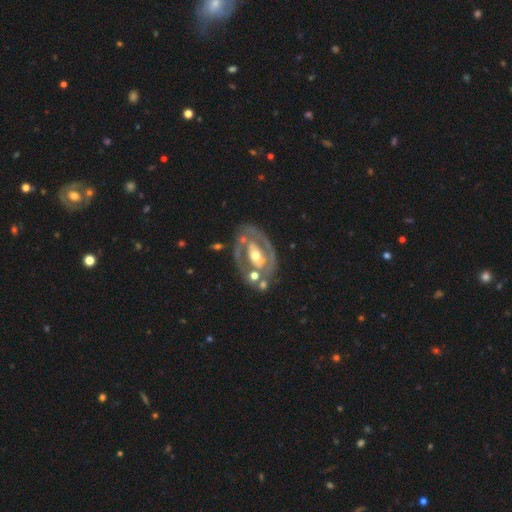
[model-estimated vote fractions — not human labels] smooth_or_featured: featured or disk (p=0.77) [alt: smooth p=0.19]
disk_edge_on: no (p=0.94) [alt: yes p=0.06]
bar: no (p=0.51) [alt: weak p=0.26]
has_spiral_arms: no (p=0.58) [alt: yes p=0.42]
bulge_size: moderate (p=0.70) [alt: small p=0.16]
merging: none (p=0.63) [alt: minor disturbance p=0.18]